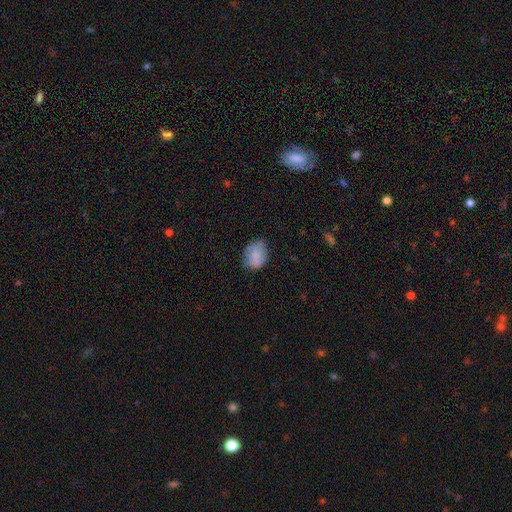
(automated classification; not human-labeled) The model was most divided on "how rounded": in between: 58%, round: 41%, cigar-shaped: 1%. More confident: smooth or featured — smooth (80%); merging — none (67%).